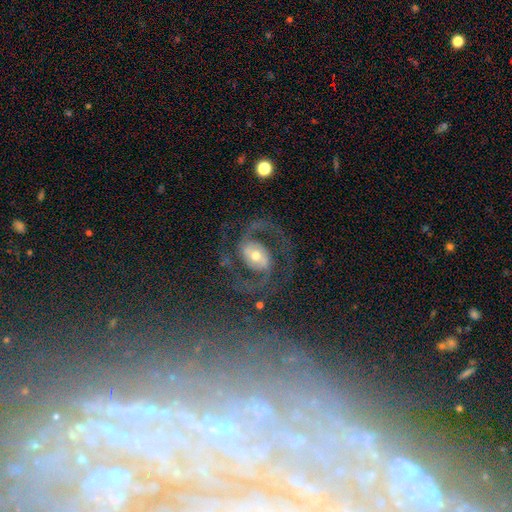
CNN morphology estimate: Smooth or featured? Predicted: featured or disk (p=0.87). Edge-on disk? Predicted: no (p=0.98). Bar? Predicted: weak (p=0.40). Spiral arms? Predicted: yes (p=0.96). Spiral winding? Predicted: medium (p=0.58). Spiral arm count? Predicted: 2 (p=0.89). Bulge size? Predicted: moderate (p=0.61). Merging? Predicted: none (p=0.72).